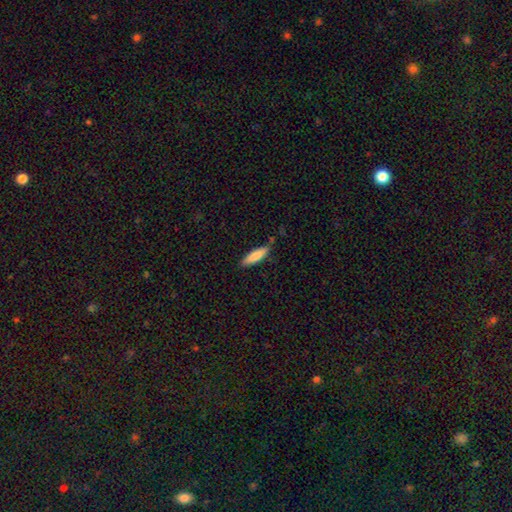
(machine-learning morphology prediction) A smooth galaxy with no disk features (82%) that is cigar-shaped (59%).

Vote fractions:
- Smooth or featured? smooth: 82% / featured or disk: 12% / star or artifact: 6%
- How rounded? cigar-shaped: 59% / in between: 39% / round: 1%
- Merging? none: 76% / minor disturbance: 17% / merger: 4% / major disturbance: 3%